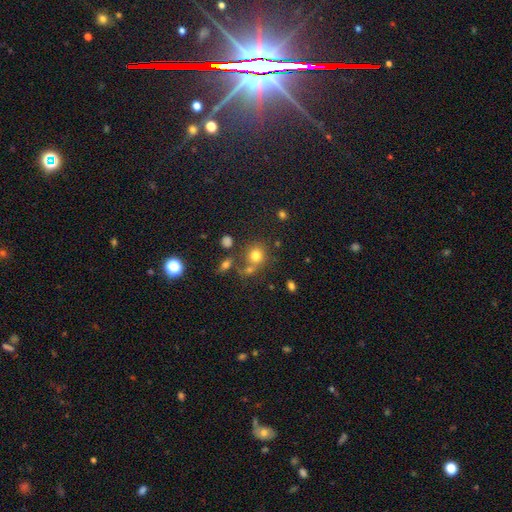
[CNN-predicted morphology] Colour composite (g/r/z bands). It shows a smooth galaxy with no disk features (74%) that is round (79%). Merging: none (61%).